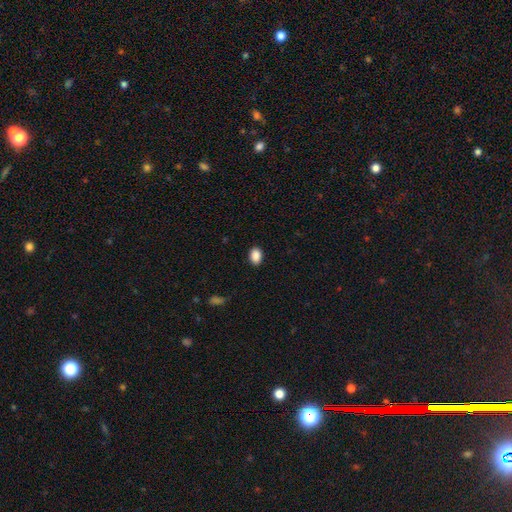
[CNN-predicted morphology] Smooth or featured: smooth — 90% (star or artifact — 8%)
How rounded: in between — 80% (round — 19%)
Merging: none — 89% (minor disturbance — 8%)